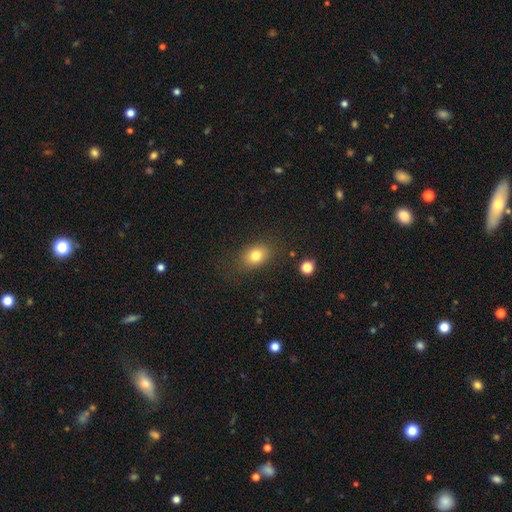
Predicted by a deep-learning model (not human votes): Smooth or featured? Predicted: smooth (p=0.80). How rounded? Predicted: in between (p=0.69). Merging? Predicted: none (p=0.80).